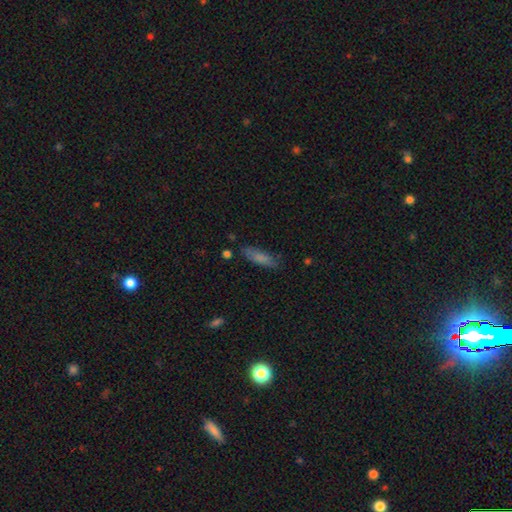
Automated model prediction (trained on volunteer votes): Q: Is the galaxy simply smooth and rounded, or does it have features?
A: smooth — 64%.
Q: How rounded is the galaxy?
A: cigar-shaped — 66%.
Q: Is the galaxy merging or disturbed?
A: none — 83%.